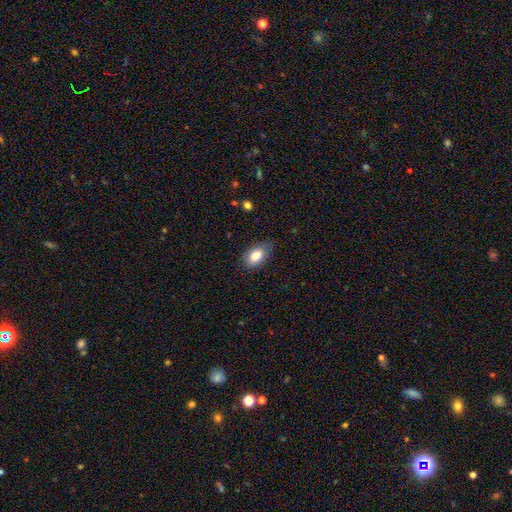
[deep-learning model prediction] Morphology: type=smooth (83%); roundness=in between (90%); merging=none (74%).